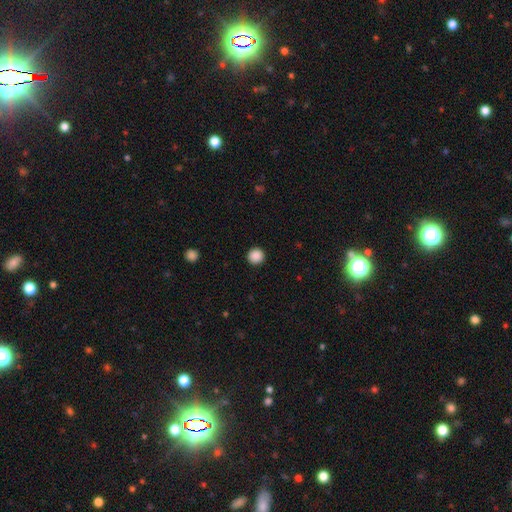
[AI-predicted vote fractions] This is clearly a smooth galaxy (88%). How rounded: clearly round (95%). Merging: clearly none (93%).